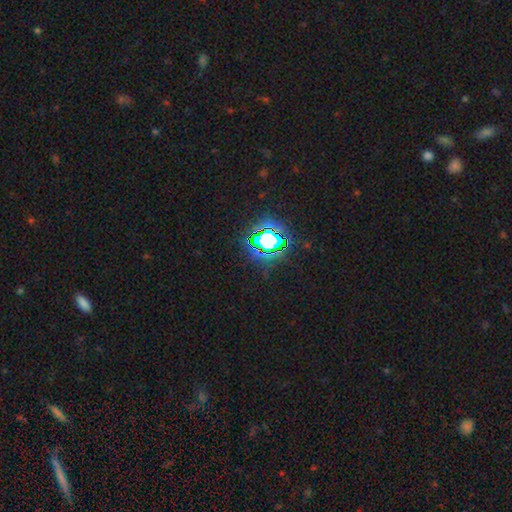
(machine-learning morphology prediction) Smooth or featured? Predicted: star or artifact (p=0.81).